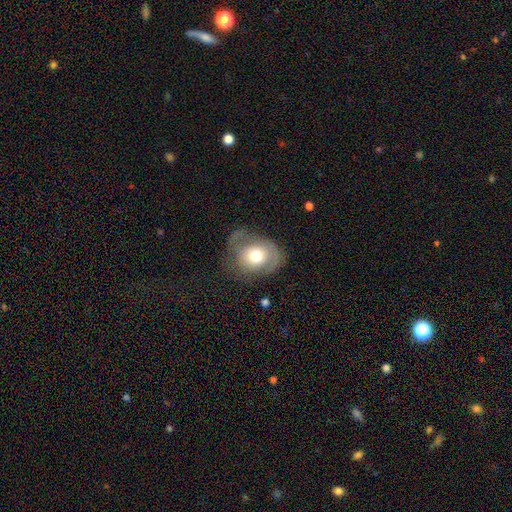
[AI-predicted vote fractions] Overall: smooth (53%; featured or disk 38%). How rounded: round (50%; in between 49%). Merging: none (45%; minor disturbance 28%).